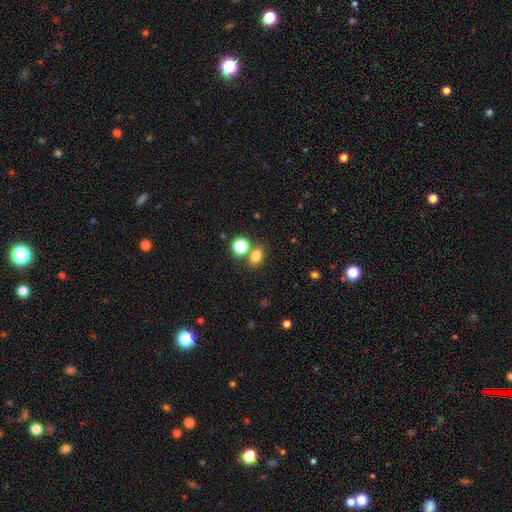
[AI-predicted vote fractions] smooth_or_featured: smooth (p=0.79) [alt: star or artifact p=0.14]
how_rounded: in between (p=0.59) [alt: round p=0.40]
merging: none (p=0.65) [alt: merger p=0.22]